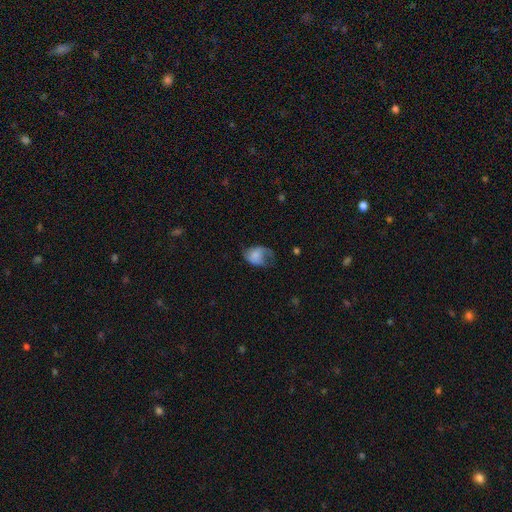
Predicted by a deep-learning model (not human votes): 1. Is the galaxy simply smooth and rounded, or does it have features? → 61% smooth, 31% featured or disk, 9% star or artifact.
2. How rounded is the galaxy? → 73% in between, 26% round, 1% cigar-shaped.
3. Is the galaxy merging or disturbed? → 38% major disturbance, 32% minor disturbance, 28% none, 2% merger.